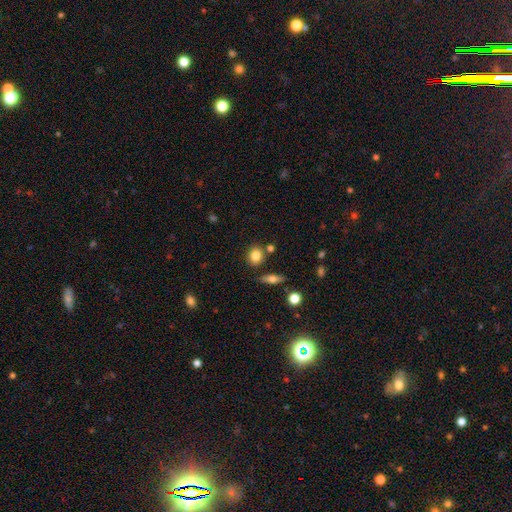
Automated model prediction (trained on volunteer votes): Overall: smooth (83%). How rounded: round (66%; in between 32%). Merging: none (79%).